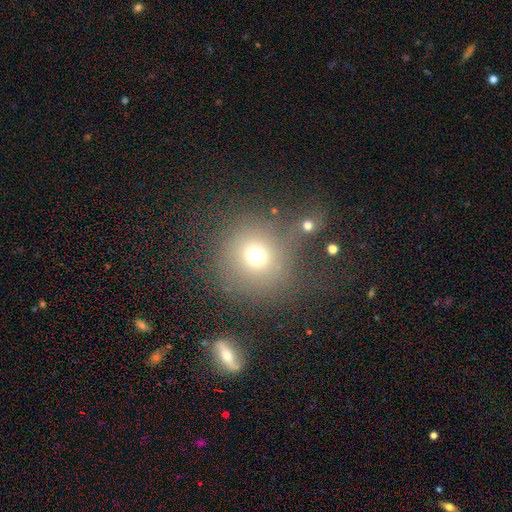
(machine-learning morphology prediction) smooth_or_featured: smooth (p=0.70) [alt: star or artifact p=0.18]
how_rounded: round (p=0.92) [alt: in between p=0.07]
merging: none (p=0.61) [alt: merger p=0.18]